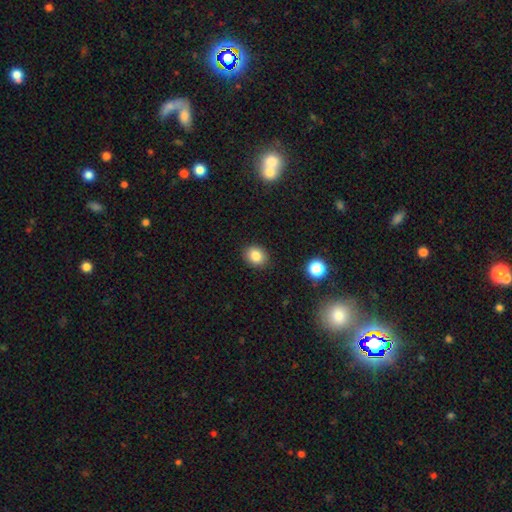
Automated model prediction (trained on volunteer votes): This appears to be a smooth galaxy with no disk features (84%) that is round (58%). Merging: none (89%).